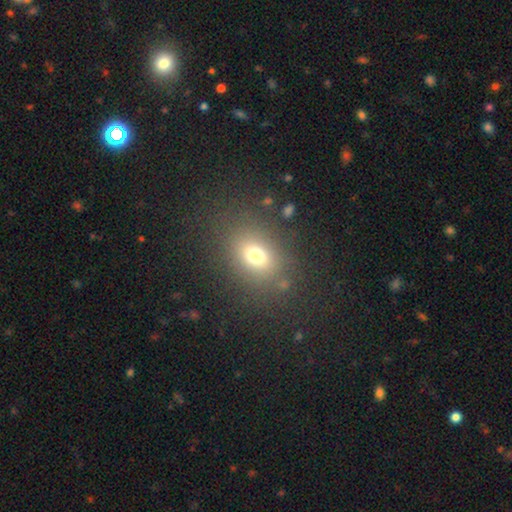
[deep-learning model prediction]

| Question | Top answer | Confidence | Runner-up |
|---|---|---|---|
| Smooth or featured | smooth | 70% | star or artifact (17%) |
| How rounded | in between | 58% | round (40%) |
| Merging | none | 78% | minor disturbance (12%) |